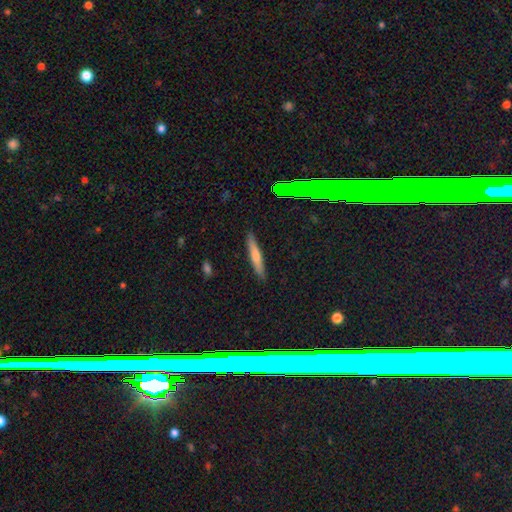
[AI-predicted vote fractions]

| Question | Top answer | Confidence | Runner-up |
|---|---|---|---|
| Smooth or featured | smooth | 66% | featured or disk (27%) |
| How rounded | cigar-shaped | 93% | in between (6%) |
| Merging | none | 89% | minor disturbance (8%) |